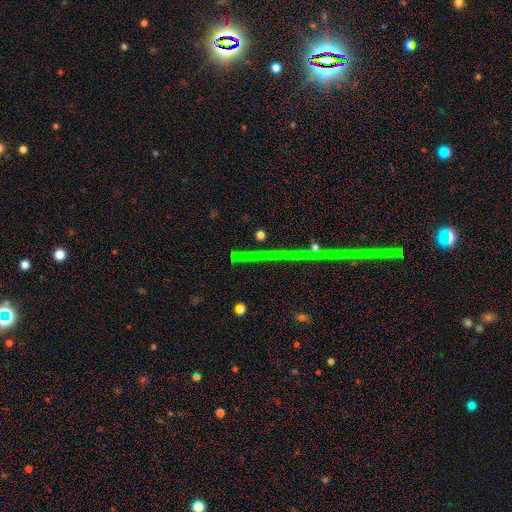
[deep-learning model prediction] star or artifact 78%, featured or disk 13%, smooth 9%.